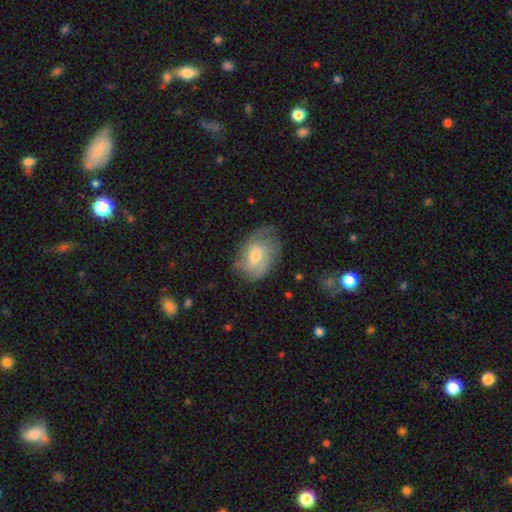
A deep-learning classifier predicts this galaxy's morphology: The model was most divided on "bulge size": moderate: 52%, small: 41%, large: 4%, none: 2%, dominant: 1%. More confident: edge-on disk — no (96%); spiral arms — yes (78%); bar — no (64%); merging — none (60%); smooth or featured — featured or disk (54%).